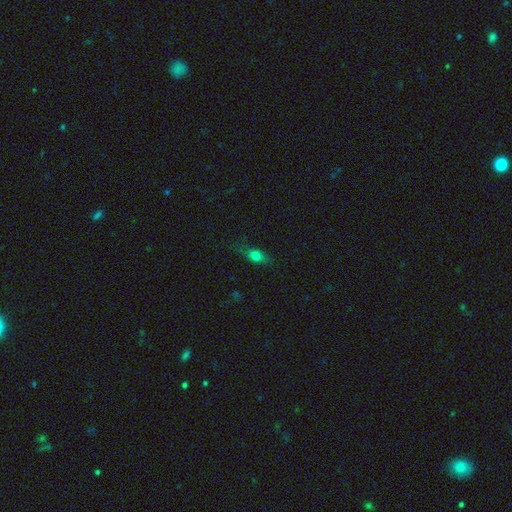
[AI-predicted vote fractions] Morphology: type=smooth (69%); roundness=in between (64%); merging=none (70%).